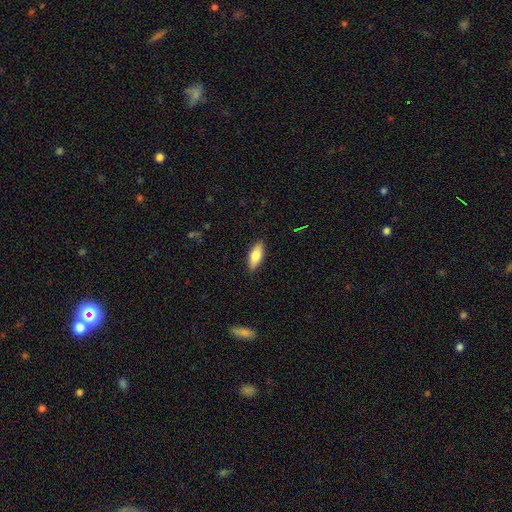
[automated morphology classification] A smooth galaxy with no disk features (75%) that is in between round and cigar-shaped (72%). Merging: none (88%).